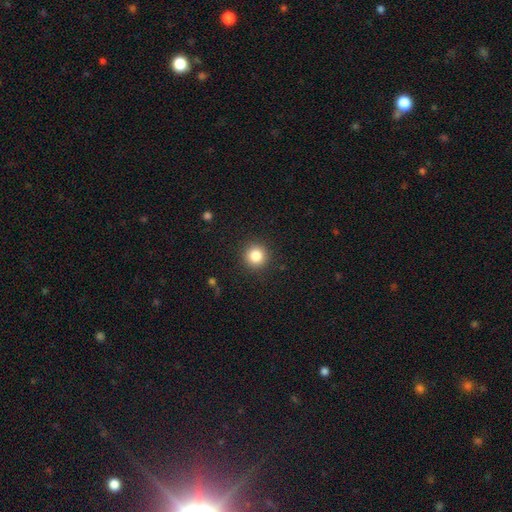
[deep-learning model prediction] Smooth or featured? smooth (84%)
How rounded? round (95%)
Merging? none (91%)